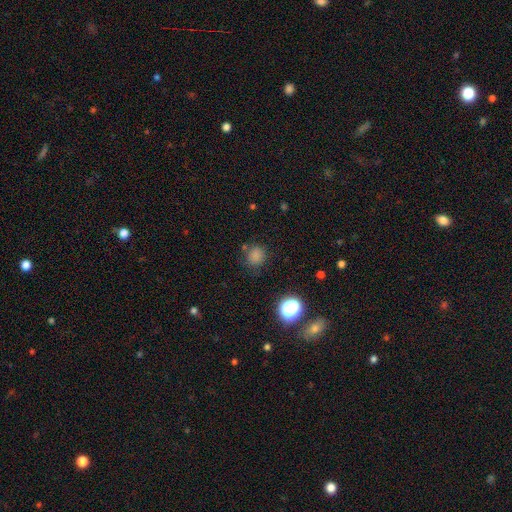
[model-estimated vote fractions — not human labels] smooth_or_featured: smooth (p=0.78) [alt: star or artifact p=0.17]
how_rounded: round (p=0.83) [alt: in between p=0.16]
merging: none (p=0.79) [alt: minor disturbance p=0.13]